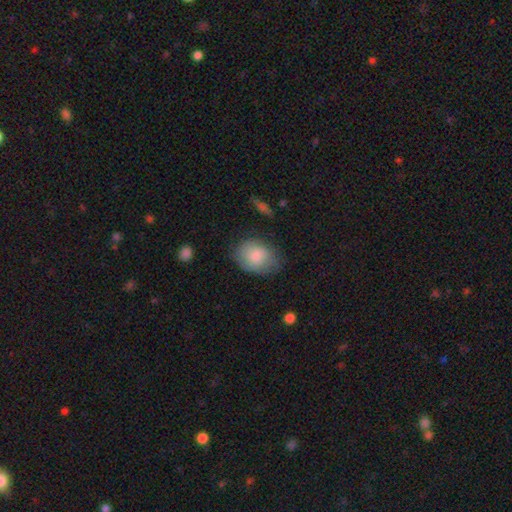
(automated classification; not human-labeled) The model was most divided on "how rounded": in between: 59%, round: 40%, cigar-shaped: 1%. More confident: smooth or featured — smooth (72%); merging — none (65%).